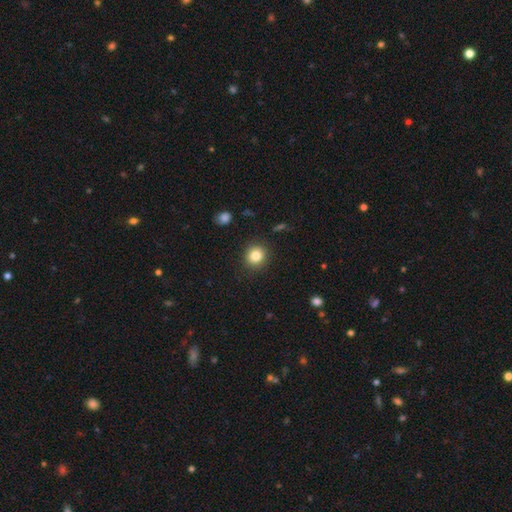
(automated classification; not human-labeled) Smooth or featured?
  - smooth: 83% *
  - star or artifact: 11%
  - featured or disk: 6%
How rounded?
  - round: 86% *
  - in between: 13%
  - cigar-shaped: 1%
Merging?
  - none: 89% *
  - minor disturbance: 7%
  - major disturbance: 2%
  - merger: 1%